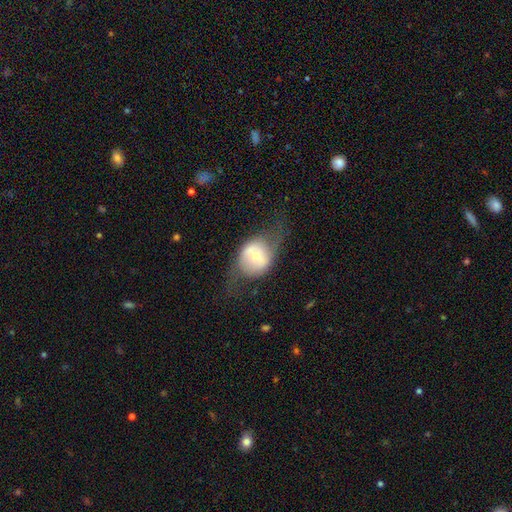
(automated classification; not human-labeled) A featured or disk galaxy (53%). Merging: none (52%).